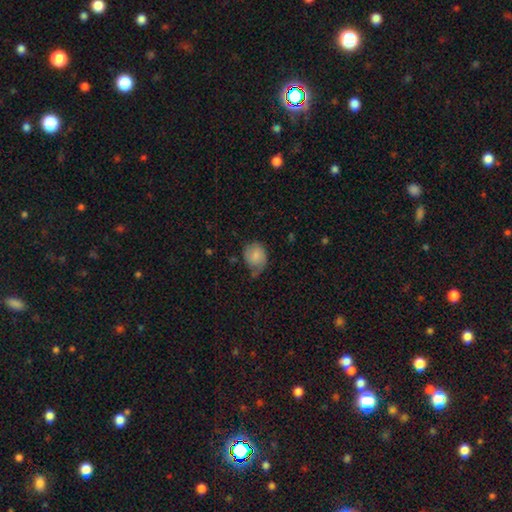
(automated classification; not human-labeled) Smooth or featured: smooth — 73% (featured or disk — 19%)
How rounded: round — 54% (in between — 45%)
Merging: none — 40% (tied with minor disturbance — 40%)